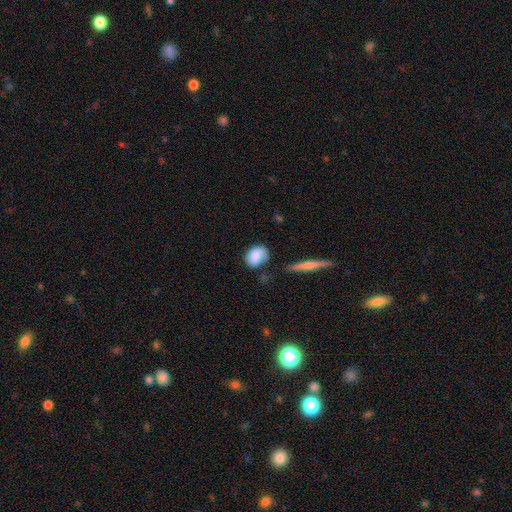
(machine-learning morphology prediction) Smooth or featured? smooth (68%)
How rounded? in between (59%)
Merging? none (50%)